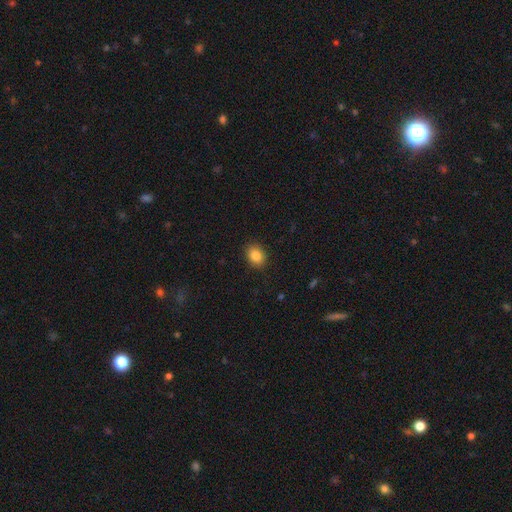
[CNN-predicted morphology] Smooth or featured? smooth (84%)
How rounded? in between (56%)
Merging? none (90%)